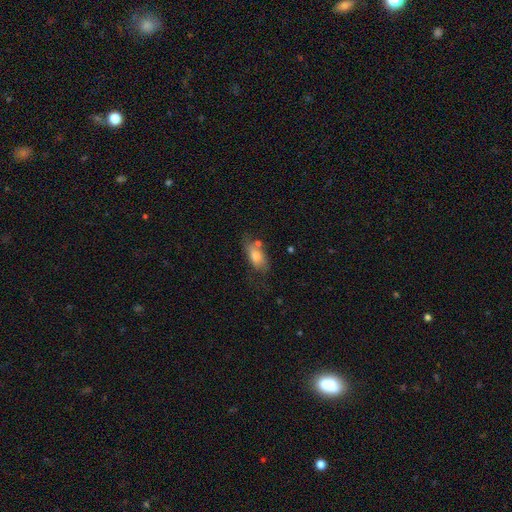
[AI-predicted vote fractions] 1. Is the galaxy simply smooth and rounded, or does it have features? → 75% smooth, 17% featured or disk, 7% star or artifact.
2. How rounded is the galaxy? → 86% in between, 10% cigar-shaped, 4% round.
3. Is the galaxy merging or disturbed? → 50% none, 26% minor disturbance, 12% merger, 12% major disturbance.